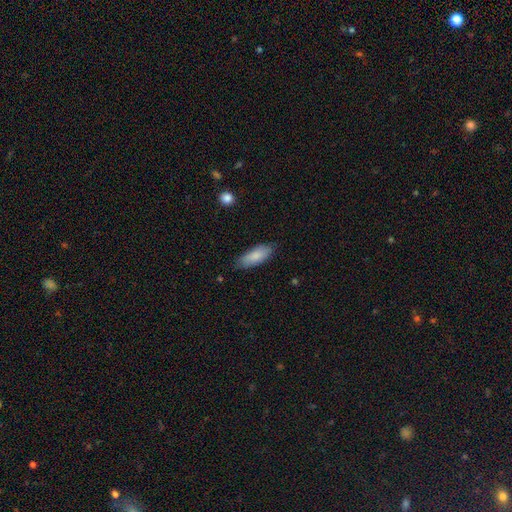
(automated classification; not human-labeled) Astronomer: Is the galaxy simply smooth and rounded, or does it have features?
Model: smooth — 84%.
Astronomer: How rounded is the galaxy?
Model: in between — 75%.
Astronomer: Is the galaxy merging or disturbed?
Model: none — 80%.